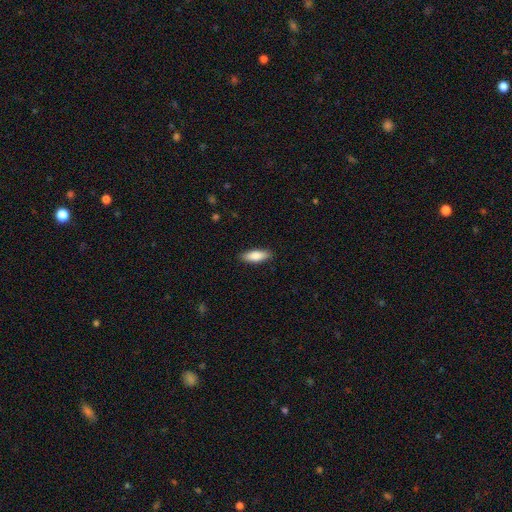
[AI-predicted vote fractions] Morphology: type=smooth (84%); roundness=in between (65%); merging=none (89%).